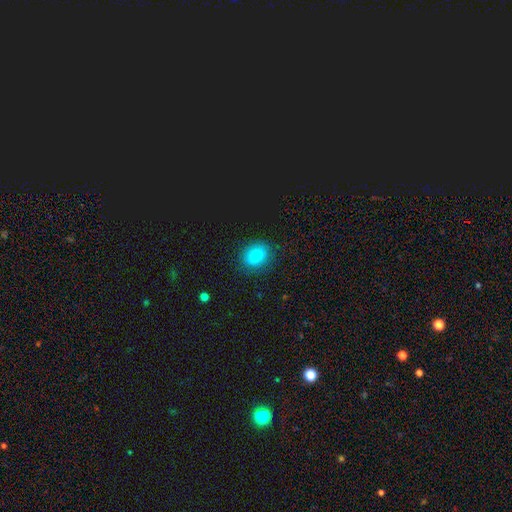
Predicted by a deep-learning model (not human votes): smooth-or-featured: smooth: 84% | star or artifact: 10% | featured or disk: 6%
  how-rounded: in between: 56% | round: 43% | cigar-shaped: 2%
  merging: none: 79% | minor disturbance: 15% | major disturbance: 4% | merger: 2%